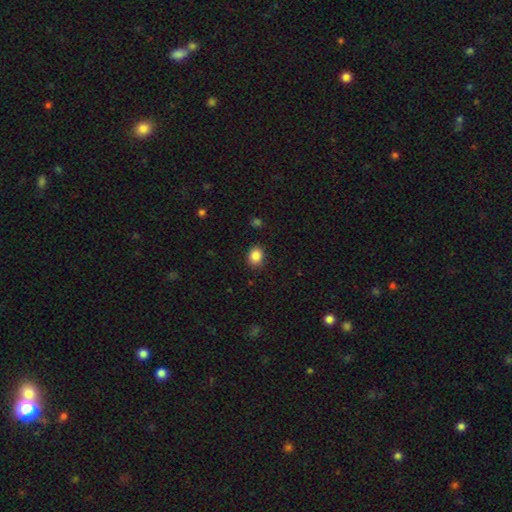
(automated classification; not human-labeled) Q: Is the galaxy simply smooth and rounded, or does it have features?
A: smooth — 87%.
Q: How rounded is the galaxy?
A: in between — 54%.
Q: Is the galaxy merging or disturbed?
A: none — 85%.